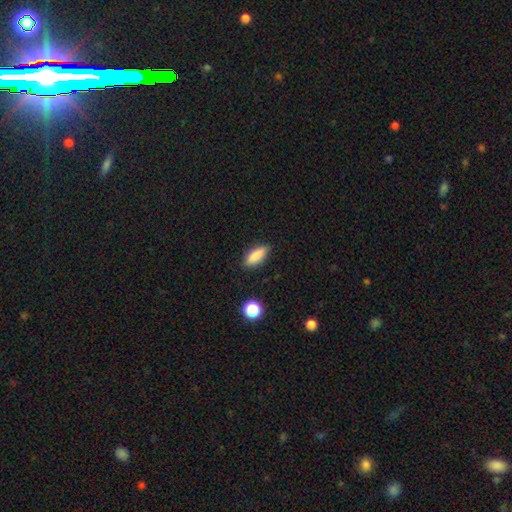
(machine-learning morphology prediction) A smooth galaxy with no disk features (83%) that is in between round and cigar-shaped (64%). Merging: none (85%).